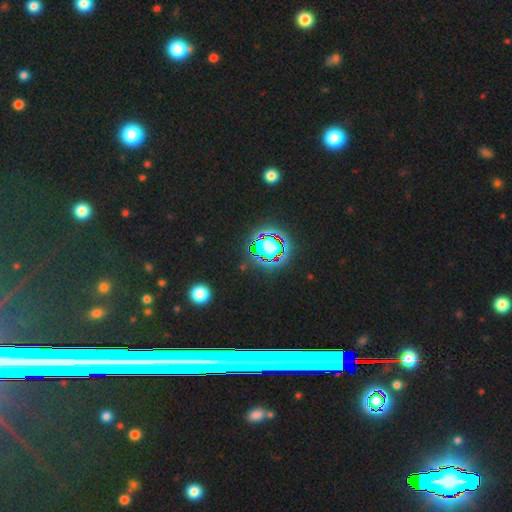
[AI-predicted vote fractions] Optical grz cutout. It shows a star or artifact, not a galaxy (75%).